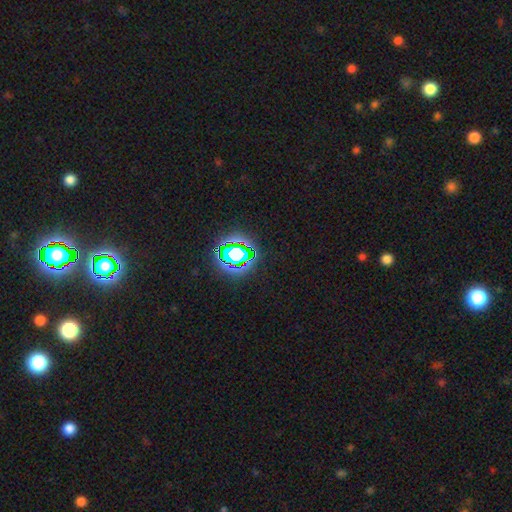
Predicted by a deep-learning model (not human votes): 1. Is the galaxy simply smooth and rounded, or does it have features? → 80% star or artifact, 13% smooth, 7% featured or disk.